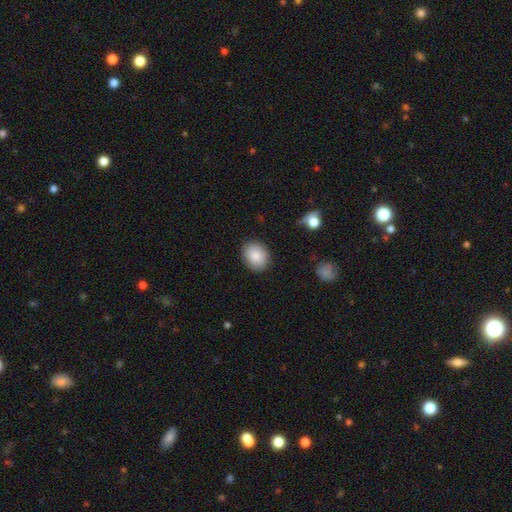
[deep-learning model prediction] smooth_or_featured: smooth (p=0.87) [alt: star or artifact p=0.07]
how_rounded: in between (p=0.50) [alt: round p=0.49]
merging: none (p=0.87) [alt: minor disturbance p=0.10]